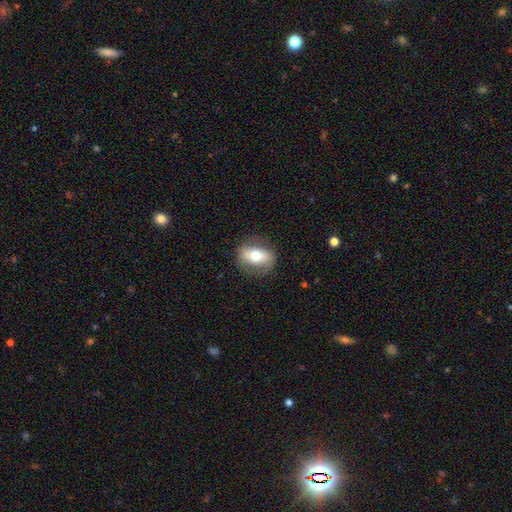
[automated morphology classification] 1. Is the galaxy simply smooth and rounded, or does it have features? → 57% smooth, 36% featured or disk, 8% star or artifact.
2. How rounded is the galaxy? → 71% in between, 26% round, 3% cigar-shaped.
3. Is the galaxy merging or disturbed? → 80% none, 14% minor disturbance, 5% major disturbance, 1% merger.